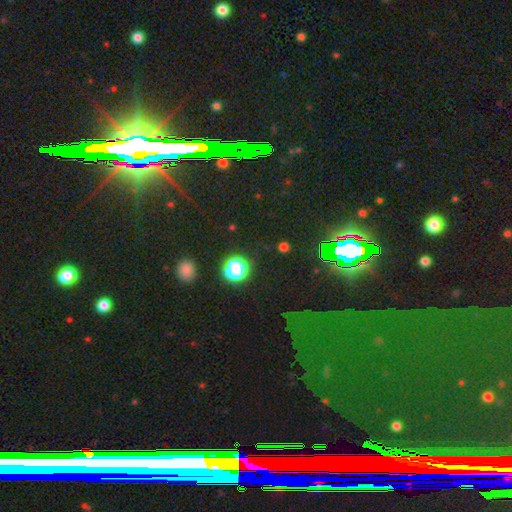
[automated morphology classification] star or artifact 78%, smooth 11%, featured or disk 11%.